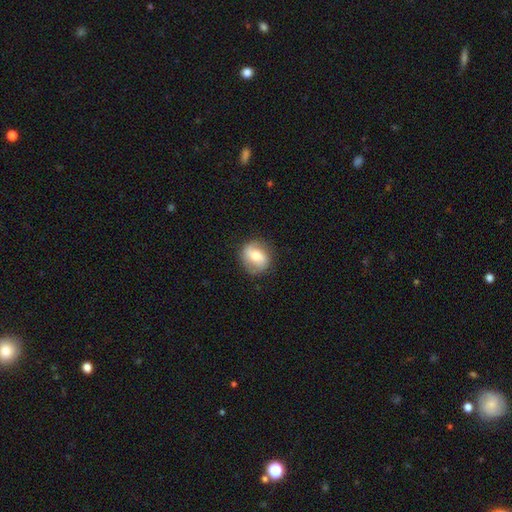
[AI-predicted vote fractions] This is possibly a smooth galaxy (54%). How rounded: likely round (66%). Merging: likely none (79%).